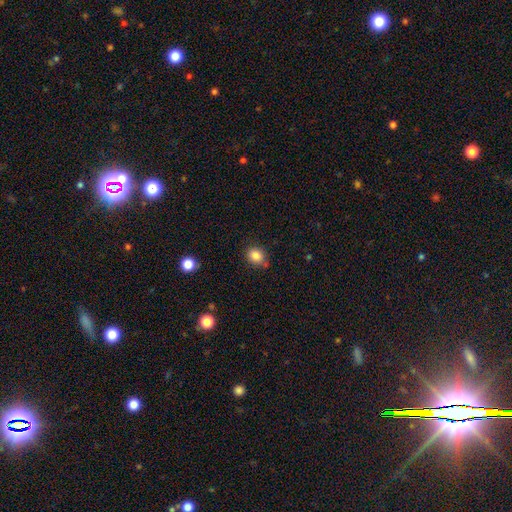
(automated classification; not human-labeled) smooth_or_featured: smooth (p=0.84) [alt: star or artifact p=0.10]
how_rounded: round (p=0.67) [alt: in between p=0.32]
merging: none (p=0.75) [alt: minor disturbance p=0.16]